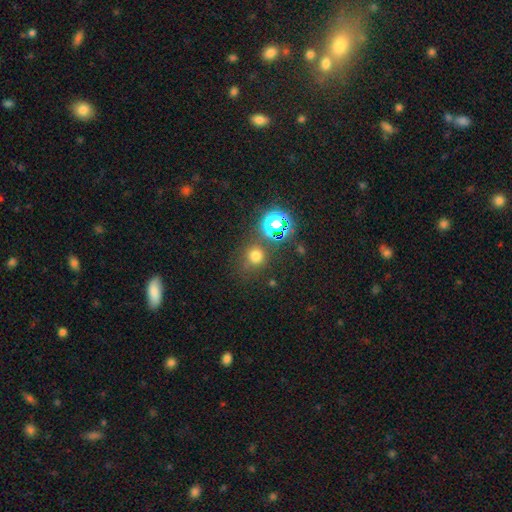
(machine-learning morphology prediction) Smooth or featured? smooth (68%)
How rounded? round (90%)
Merging? none (76%)